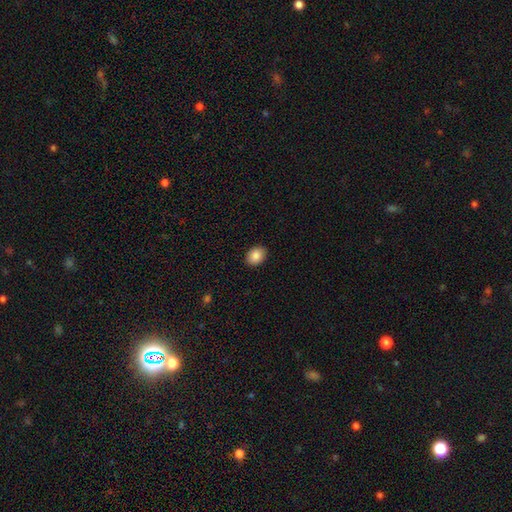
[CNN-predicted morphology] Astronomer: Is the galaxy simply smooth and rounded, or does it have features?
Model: smooth — 88%.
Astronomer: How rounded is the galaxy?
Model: in between — 67%.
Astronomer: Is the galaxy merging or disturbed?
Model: none — 90%.